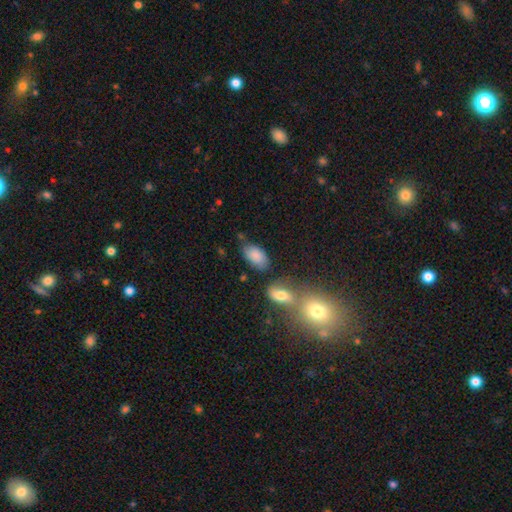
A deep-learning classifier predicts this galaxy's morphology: The model was most divided on "merging": none: 66%, minor disturbance: 19%, merger: 10%, major disturbance: 5%. More confident: how rounded — in between (94%); smooth or featured — smooth (85%).